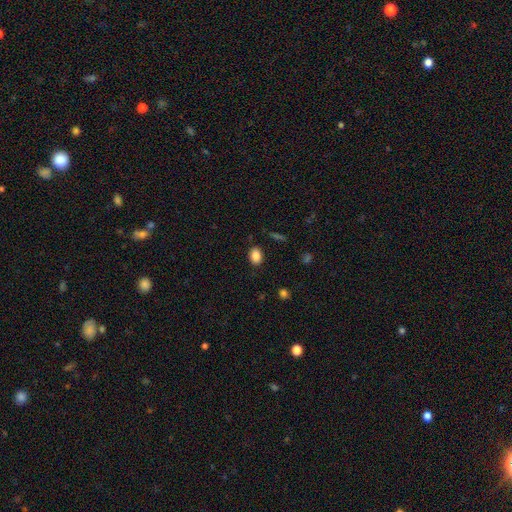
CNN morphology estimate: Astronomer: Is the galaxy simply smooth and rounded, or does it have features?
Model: smooth — 86%.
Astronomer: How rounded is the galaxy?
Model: in between — 73%.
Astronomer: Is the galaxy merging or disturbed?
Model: none — 86%.